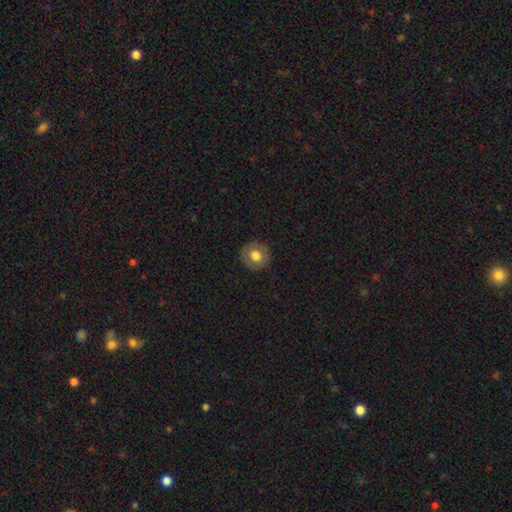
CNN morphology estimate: type=smooth (70%); roundness=round (92%); merging=none (89%).